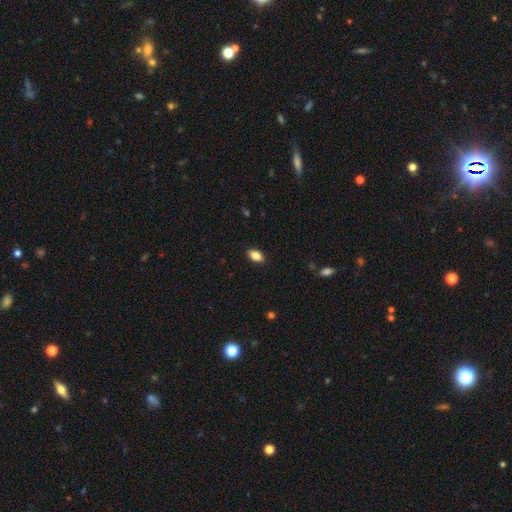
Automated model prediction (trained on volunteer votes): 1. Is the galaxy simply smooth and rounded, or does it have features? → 83% smooth, 9% featured or disk, 8% star or artifact.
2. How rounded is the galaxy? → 90% in between, 5% cigar-shaped, 5% round.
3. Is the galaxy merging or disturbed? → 88% none, 9% minor disturbance, 2% major disturbance, 1% merger.